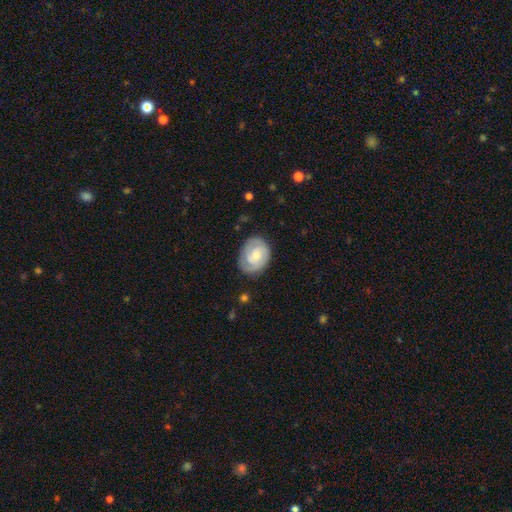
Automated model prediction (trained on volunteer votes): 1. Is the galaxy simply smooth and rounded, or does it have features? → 68% featured or disk, 26% smooth, 6% star or artifact.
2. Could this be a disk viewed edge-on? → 98% no, 2% yes.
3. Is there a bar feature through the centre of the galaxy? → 61% no, 34% weak, 5% strong.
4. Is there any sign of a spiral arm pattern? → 90% yes, 10% no.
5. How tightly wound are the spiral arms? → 62% tight, 30% medium, 8% loose.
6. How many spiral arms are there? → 53% 2, 23% can't tell, 10% 1, 10% 3, 2% 4, 2% more than 4.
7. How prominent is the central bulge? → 42% moderate, 41% small, 8% none, 7% large, 2% dominant.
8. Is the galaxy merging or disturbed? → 75% none, 18% minor disturbance, 6% major disturbance, 1% merger.